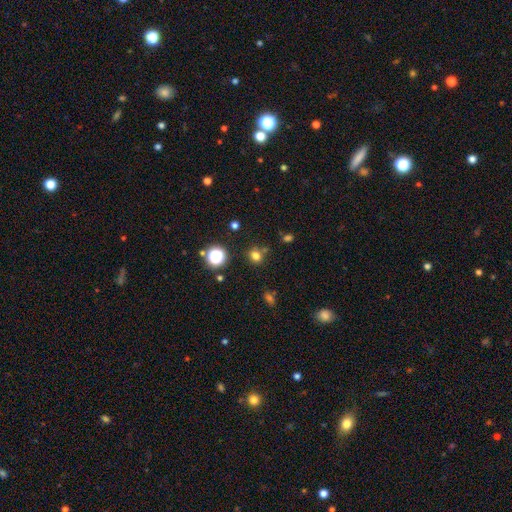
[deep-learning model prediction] A smooth galaxy with no disk features (72%) that is round (78%).

Vote fractions:
- Smooth or featured? smooth: 72% / star or artifact: 21% / featured or disk: 6%
- How rounded? round: 78% / in between: 21% / cigar-shaped: 1%
- Merging? none: 77% / minor disturbance: 11% / merger: 9% / major disturbance: 4%